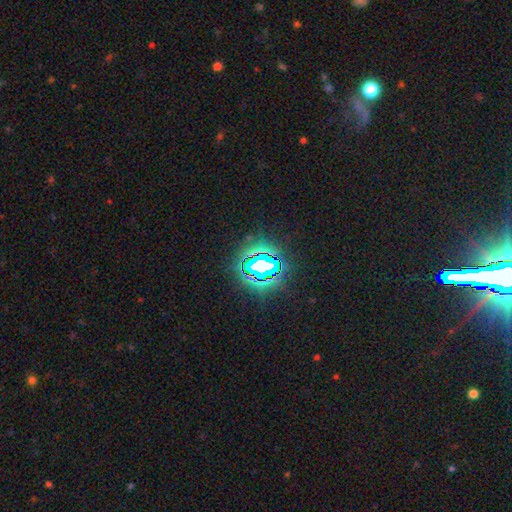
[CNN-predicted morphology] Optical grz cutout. It shows a star or artifact, not a galaxy (82%).